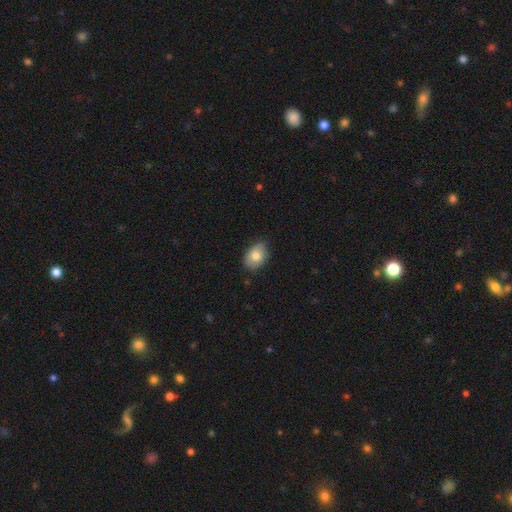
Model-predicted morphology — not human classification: smooth-or-featured: smooth: 78% | featured or disk: 14% | star or artifact: 8%
  how-rounded: in between: 81% | round: 18% | cigar-shaped: 1%
  merging: none: 72% | minor disturbance: 23% | major disturbance: 3% | merger: 1%